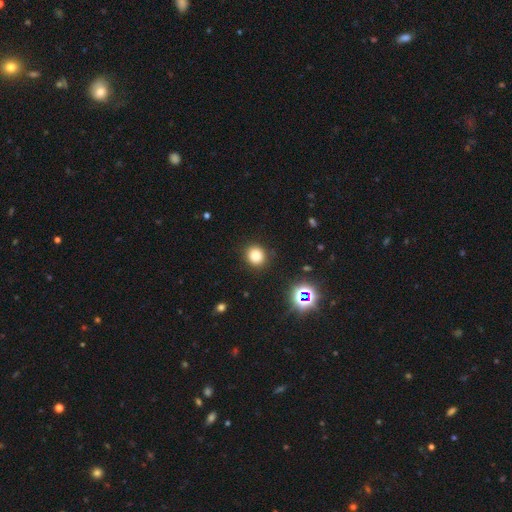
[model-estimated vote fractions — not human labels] Morphology: type=smooth (81%); roundness=round (86%); merging=none (89%).